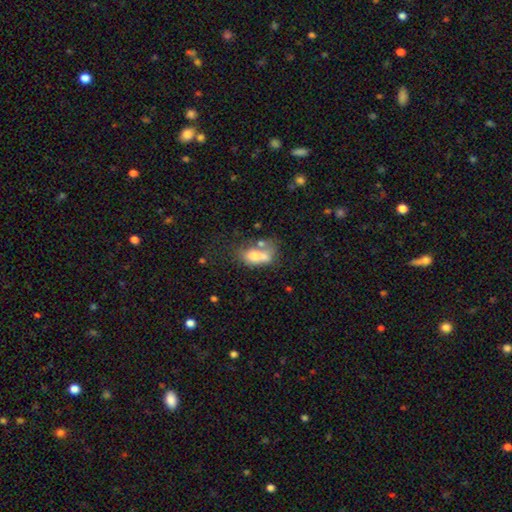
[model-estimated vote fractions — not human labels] smooth_or_featured: smooth (p=0.62) [alt: featured or disk p=0.27]
how_rounded: in between (p=0.79) [alt: round p=0.16]
merging: merger (p=0.50) [alt: none p=0.22]